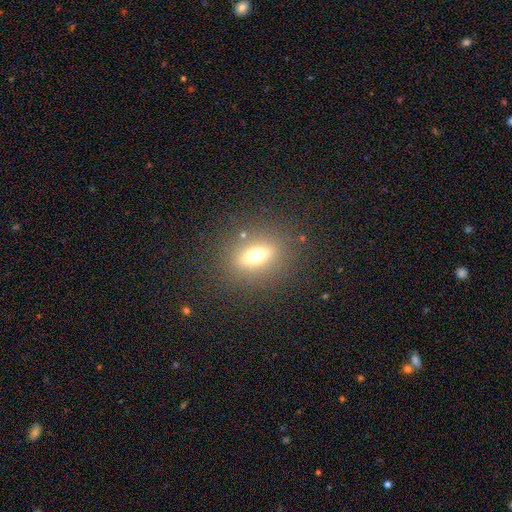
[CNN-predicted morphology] Overall: smooth (55%; featured or disk 31%). How rounded: in between (60%; round 26%). Merging: none (84%).